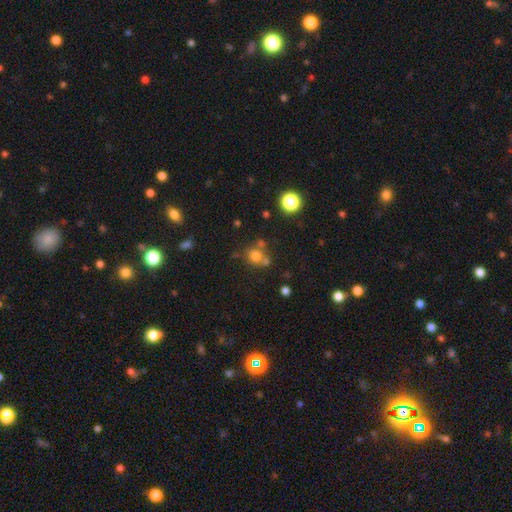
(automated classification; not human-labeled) smooth_or_featured: smooth (p=0.71) [alt: star or artifact p=0.18]
how_rounded: round (p=0.84) [alt: in between p=0.15]
merging: none (p=0.56) [alt: merger p=0.28]